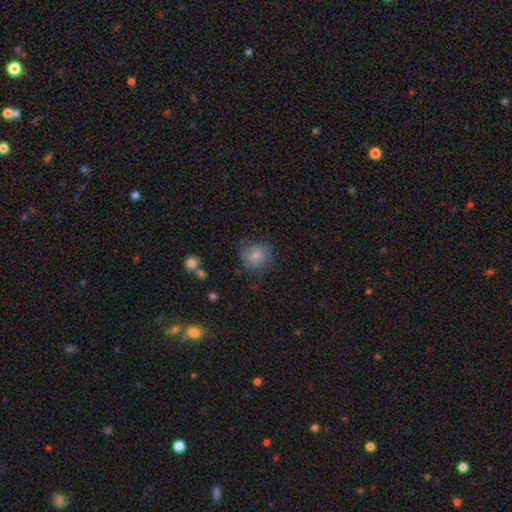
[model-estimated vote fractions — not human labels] Overall: smooth (78%). How rounded: round (82%). Merging: none (69%).